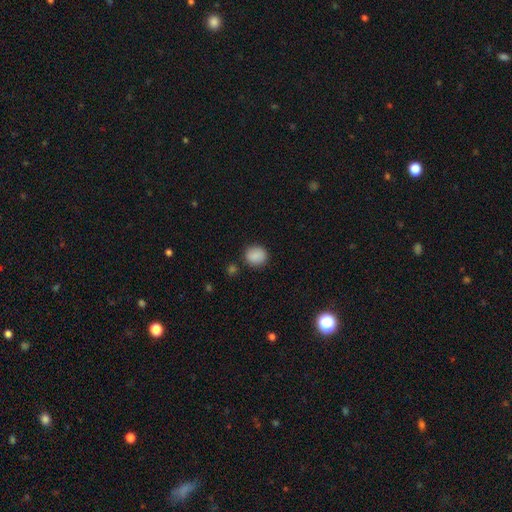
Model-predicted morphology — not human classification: Smooth or featured?
  - smooth: 88% *
  - star or artifact: 9%
  - featured or disk: 4%
How rounded?
  - round: 78% *
  - in between: 21%
  - cigar-shaped: 1%
Merging?
  - none: 84% *
  - minor disturbance: 10%
  - merger: 3%
  - major disturbance: 3%